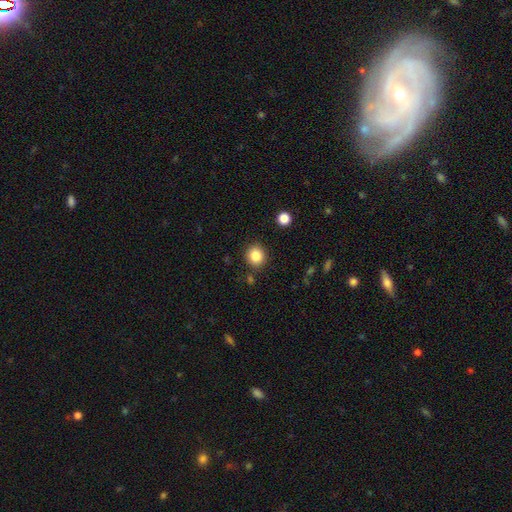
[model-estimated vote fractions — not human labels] This is clearly a smooth galaxy (85%). How rounded: clearly round (83%). Merging: clearly none (87%).